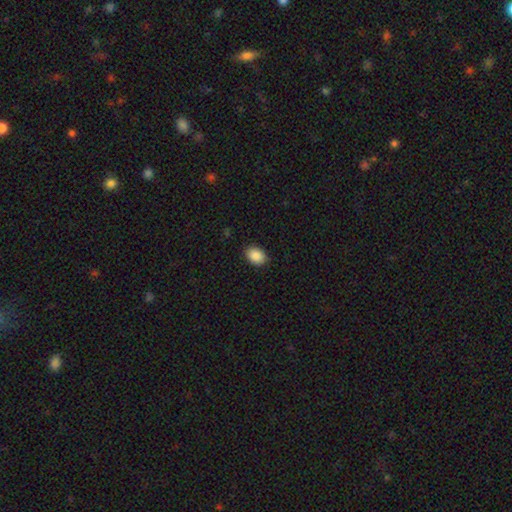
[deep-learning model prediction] This is clearly a smooth galaxy (90%). How rounded: likely in between (77%). Merging: clearly none (88%).